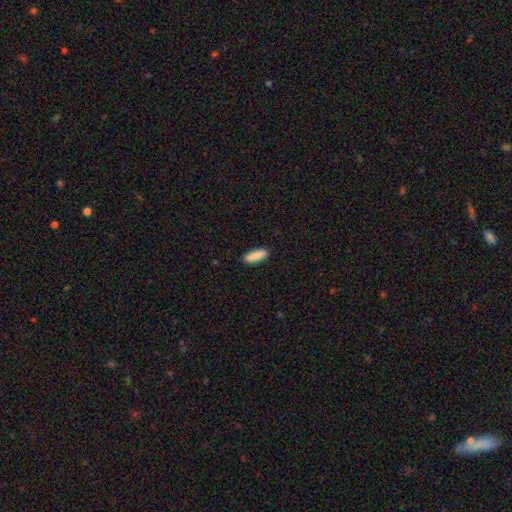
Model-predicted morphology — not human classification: Smooth or featured: smooth — 89% (star or artifact — 6%)
How rounded: in between — 59% (cigar-shaped — 40%)
Merging: none — 90% (minor disturbance — 7%)